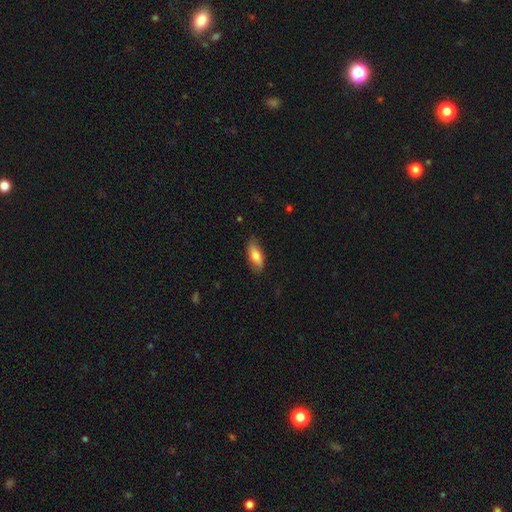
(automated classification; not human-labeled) Overall: smooth (73%). How rounded: in between (74%). Merging: none (79%).